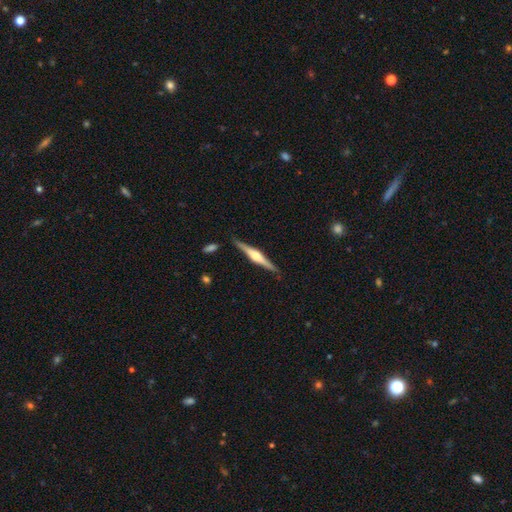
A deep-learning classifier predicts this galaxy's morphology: featured or disk 76%, smooth 19%, star or artifact 5%. Down the decision tree: edge-on disk — yes (98%); edge-on bulge — rounded (87%); merging — none (87%).